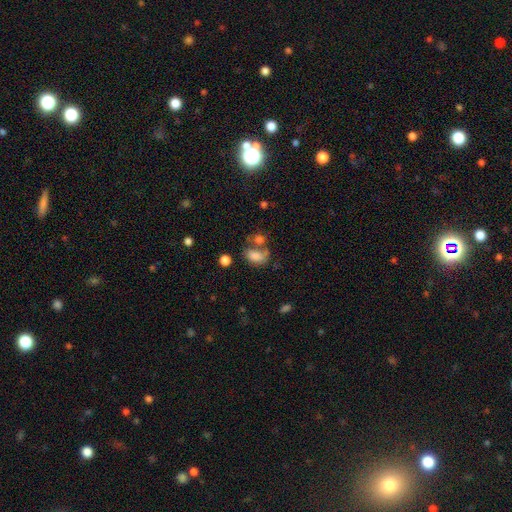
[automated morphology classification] smooth_or_featured: smooth (p=0.79) [alt: star or artifact p=0.11]
how_rounded: in between (p=0.86) [alt: round p=0.12]
merging: none (p=0.37) [alt: merger p=0.34]